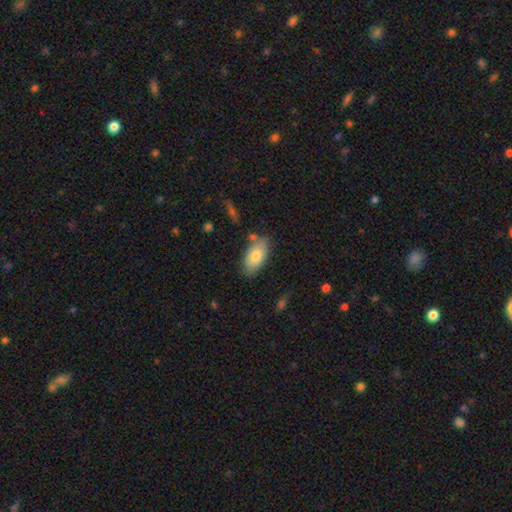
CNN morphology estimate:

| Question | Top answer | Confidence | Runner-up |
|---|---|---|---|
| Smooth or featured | smooth | 78% | featured or disk (15%) |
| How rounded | in between | 93% | round (4%) |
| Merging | none | 76% | minor disturbance (16%) |